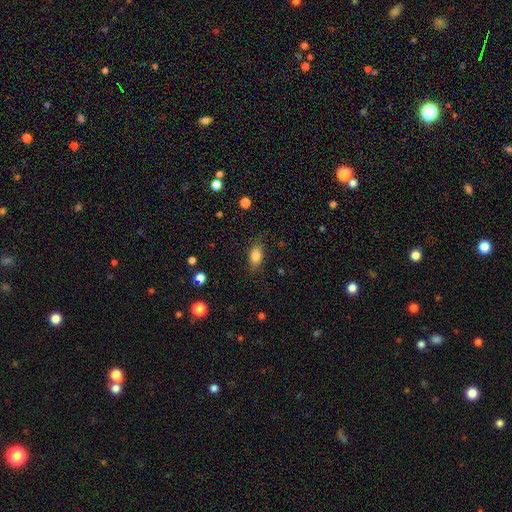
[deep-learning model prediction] Overall: smooth (83%). How rounded: in between (85%). Merging: none (82%).